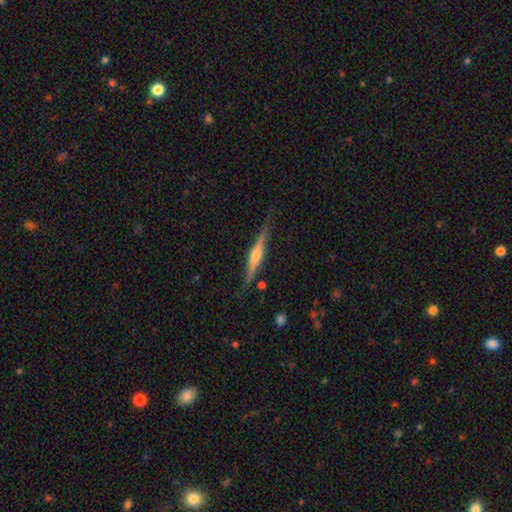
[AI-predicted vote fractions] Q: Smooth or featured?
A: featured or disk (75%); runner-up: smooth (20%)
Q: Edge-on disk?
A: yes (98%); runner-up: no (2%)
Q: Edge-on bulge?
A: rounded (85%); runner-up: boxy (8%)
Q: Merging?
A: none (84%); runner-up: minor disturbance (12%)